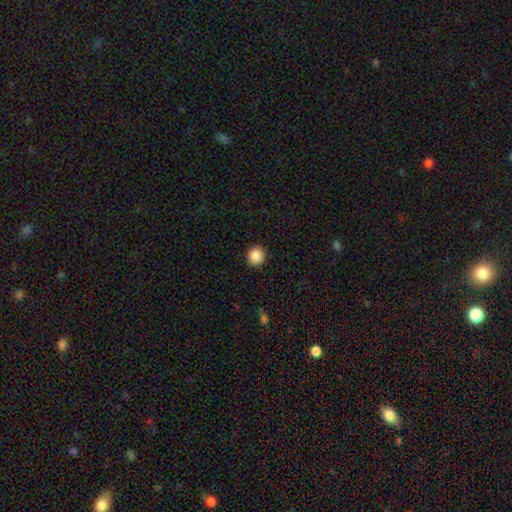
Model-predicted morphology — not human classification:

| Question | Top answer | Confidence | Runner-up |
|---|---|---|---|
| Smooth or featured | smooth | 88% | star or artifact (9%) |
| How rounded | round | 91% | in between (8%) |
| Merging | none | 92% | minor disturbance (5%) |